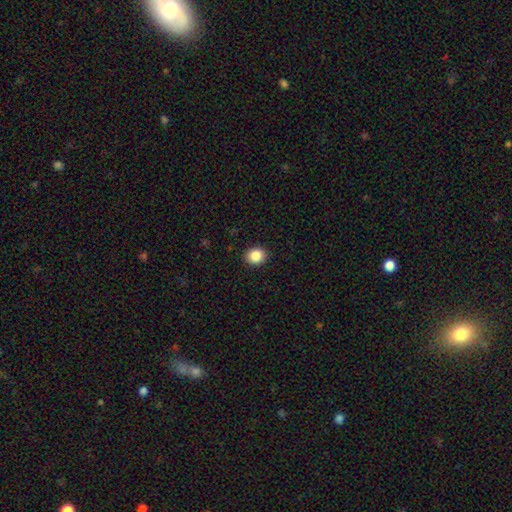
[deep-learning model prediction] Smooth or featured? smooth (87%)
How rounded? round (73%)
Merging? none (91%)